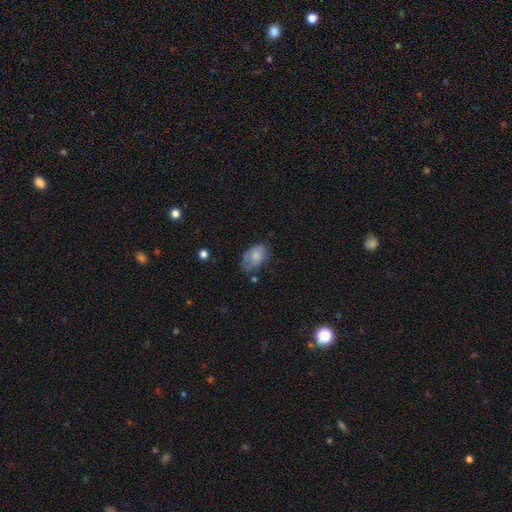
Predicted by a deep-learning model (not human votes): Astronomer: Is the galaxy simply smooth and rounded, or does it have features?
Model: smooth — 76%.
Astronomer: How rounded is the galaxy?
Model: in between — 88%.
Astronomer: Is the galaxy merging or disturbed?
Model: none — 51% (runner-up: minor disturbance, 34%).